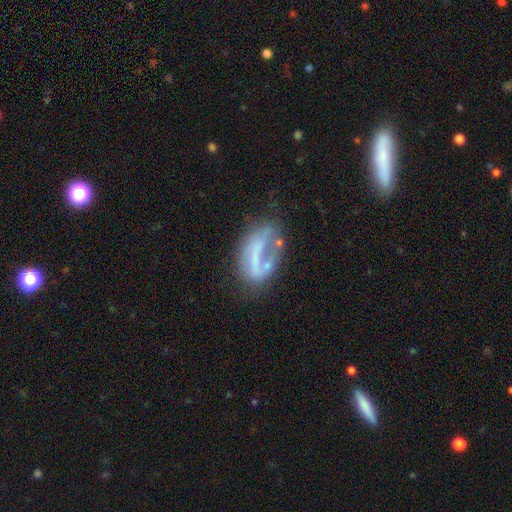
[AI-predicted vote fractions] Smooth or featured?
  - featured or disk: 56% *
  - smooth: 33%
  - star or artifact: 11%
Edge-on disk?
  - no: 94% *
  - yes: 6%
Bar?
  - no: 49% *
  - strong: 28%
  - weak: 23%
Spiral arms?
  - no: 67% *
  - yes: 33%
Bulge size?
  - none: 66% *
  - small: 18%
  - moderate: 10%
  - large: 3%
  - dominant: 2%
Merging?
  - none: 37% *
  - major disturbance: 31%
  - minor disturbance: 24%
  - merger: 8%